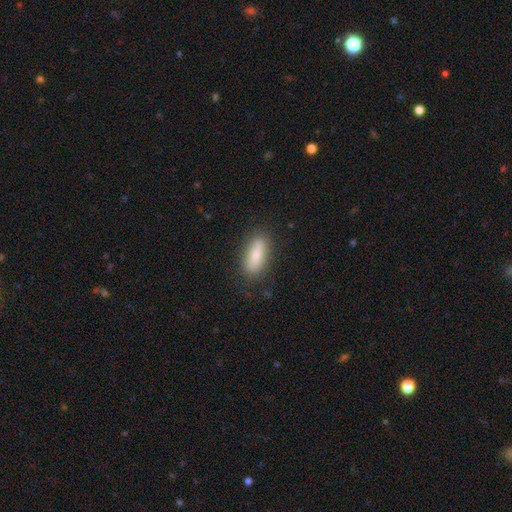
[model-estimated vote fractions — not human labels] Smooth or featured: smooth — 76% (featured or disk — 17%)
How rounded: in between — 69% (cigar-shaped — 28%)
Merging: none — 83% (minor disturbance — 12%)